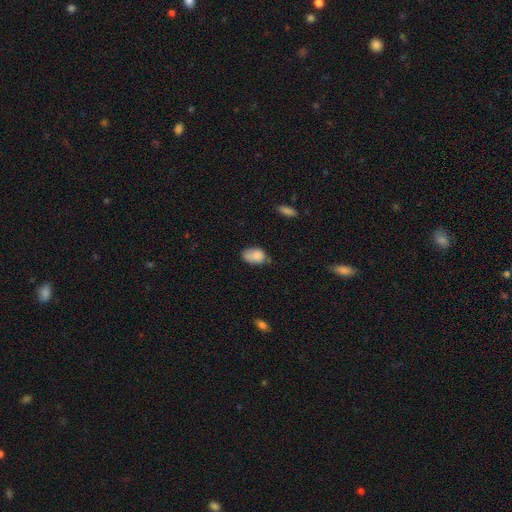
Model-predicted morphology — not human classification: This appears to be a smooth galaxy with no disk features (83%) that is in between round and cigar-shaped (87%). Merging: none (50%).